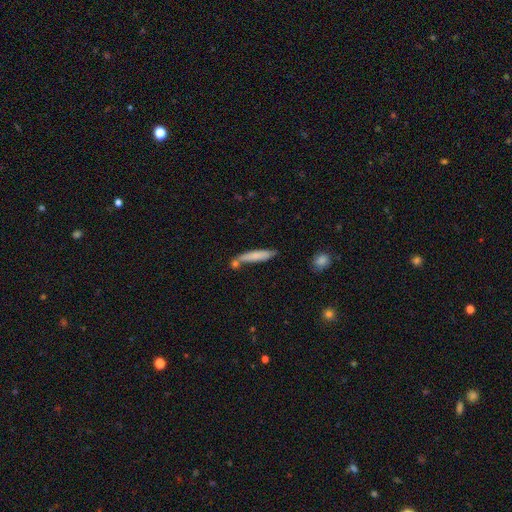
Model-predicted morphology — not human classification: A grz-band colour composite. It shows a smooth galaxy with no disk features (74%) that is cigar-shaped (87%). Merging: none (62%).